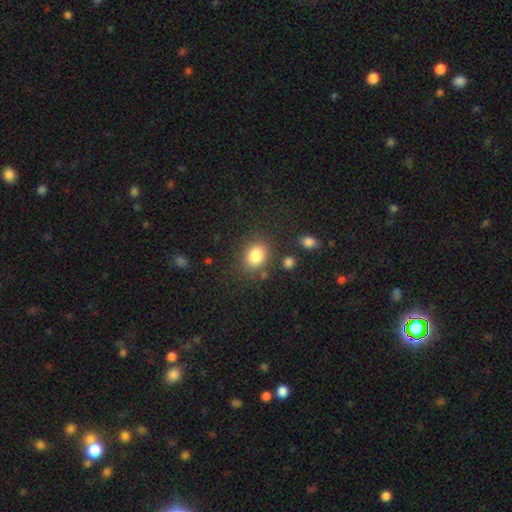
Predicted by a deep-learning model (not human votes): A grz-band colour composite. It shows a smooth galaxy with no disk features (84%) that is in between round and cigar-shaped (58%). Merging: none (79%).